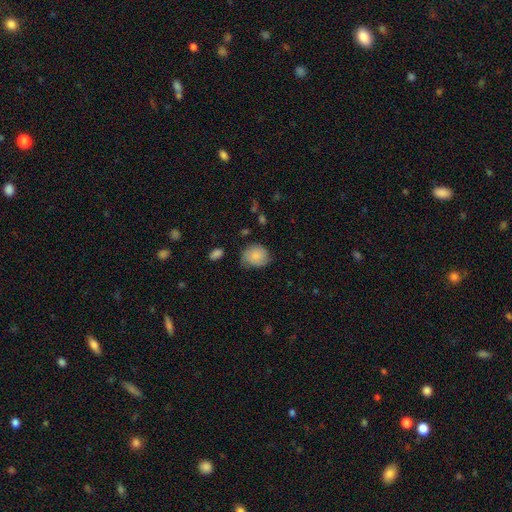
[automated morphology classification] Smooth or featured? Predicted: smooth (p=0.84). How rounded? Predicted: round (p=0.67). Merging? Predicted: none (p=0.64).